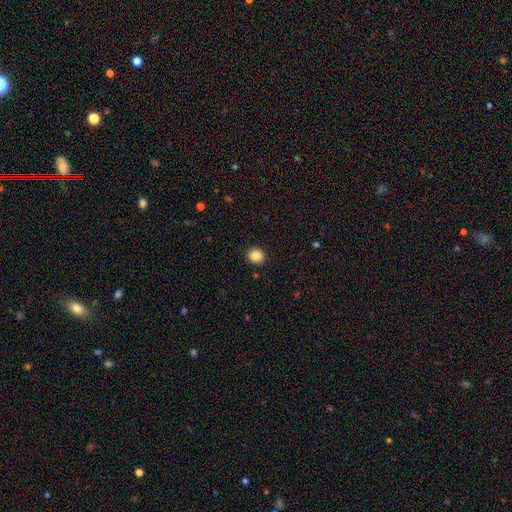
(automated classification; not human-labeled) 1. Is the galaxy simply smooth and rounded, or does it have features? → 87% smooth, 9% star or artifact, 4% featured or disk.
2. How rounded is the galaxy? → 70% round, 29% in between, 1% cigar-shaped.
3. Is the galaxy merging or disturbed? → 91% none, 6% minor disturbance, 2% major disturbance, 1% merger.